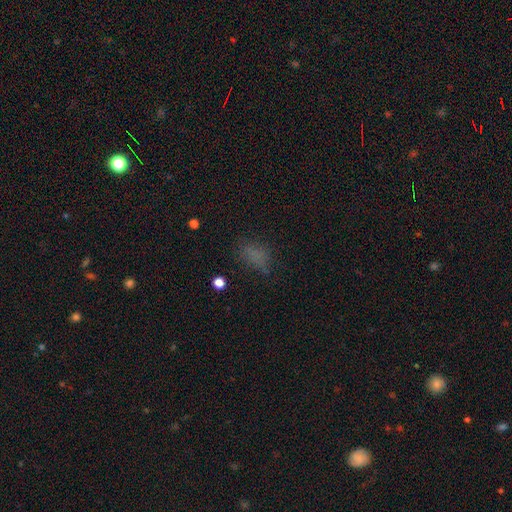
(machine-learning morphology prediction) A smooth galaxy with no disk features (67%) that is in between round and cigar-shaped (78%). Merging: none (63%).